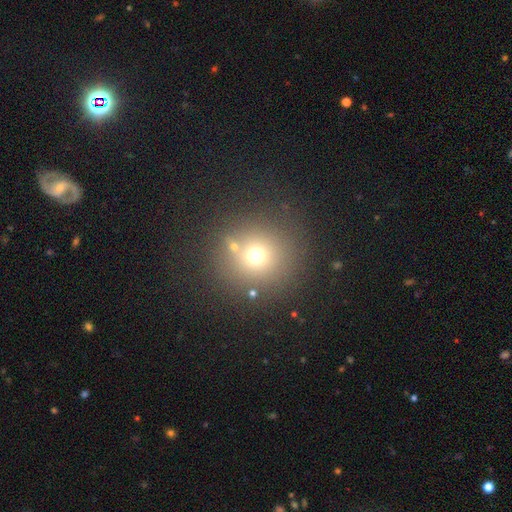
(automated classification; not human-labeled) Q: Smooth or featured?
A: smooth (67%); runner-up: star or artifact (21%)
Q: How rounded?
A: round (93%); runner-up: in between (6%)
Q: Merging?
A: none (79%); runner-up: minor disturbance (9%)